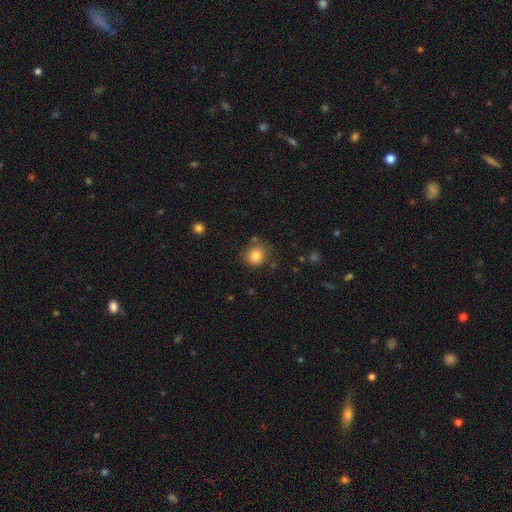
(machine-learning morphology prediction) Smooth or featured? Predicted: smooth (p=0.82). How rounded? Predicted: round (p=0.85). Merging? Predicted: none (p=0.78).